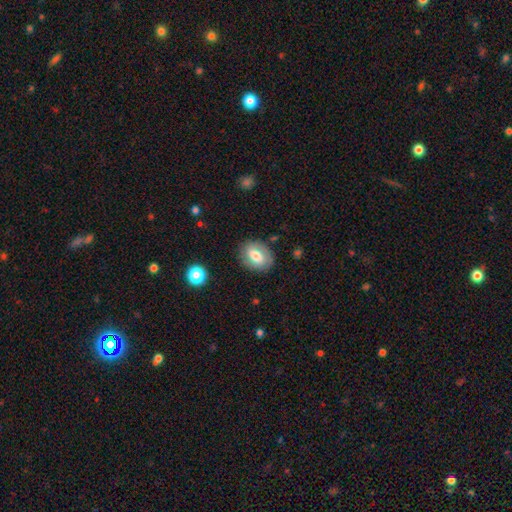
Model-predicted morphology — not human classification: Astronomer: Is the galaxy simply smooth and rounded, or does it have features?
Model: smooth — 63%.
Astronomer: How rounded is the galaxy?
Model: in between — 71%.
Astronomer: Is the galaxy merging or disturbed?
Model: none — 82%.